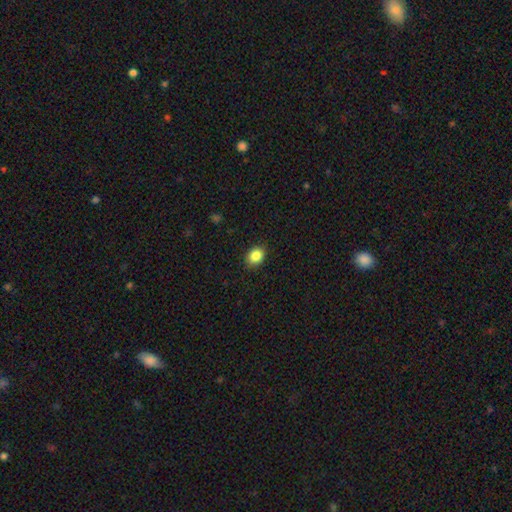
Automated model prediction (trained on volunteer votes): Smooth or featured?
  - smooth: 85% *
  - star or artifact: 9%
  - featured or disk: 6%
How rounded?
  - in between: 54% *
  - round: 45%
  - cigar-shaped: 1%
Merging?
  - none: 89% *
  - minor disturbance: 8%
  - major disturbance: 2%
  - merger: 1%